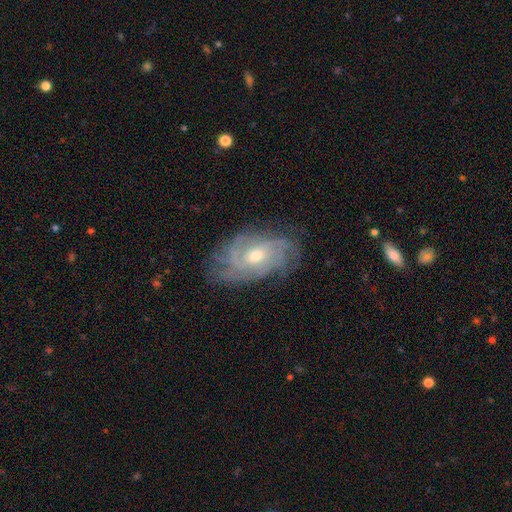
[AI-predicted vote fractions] Smooth or featured? Predicted: featured or disk (p=0.84). Edge-on disk? Predicted: no (p=0.95). Bar? Predicted: no (p=0.58). Spiral arms? Predicted: yes (p=0.94). Spiral winding? Predicted: tight (p=0.61). Spiral arm count? Predicted: can't tell (p=0.40). Bulge size? Predicted: moderate (p=0.64). Merging? Predicted: none (p=0.74).